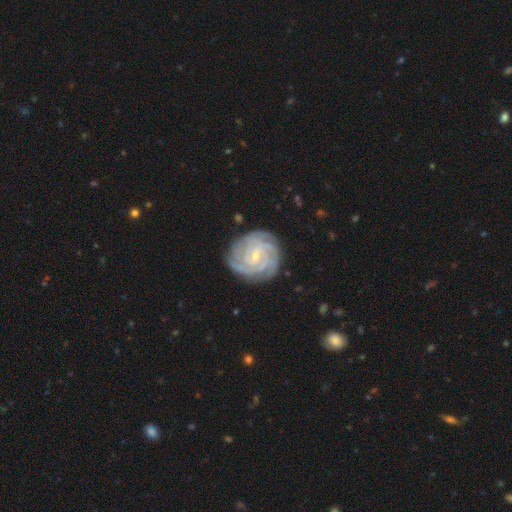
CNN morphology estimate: Smooth or featured? featured or disk (89%)
Edge-on disk? no (98%)
Bar? no (45%)
Spiral arms? yes (98%)
Spiral winding? tight (81%)
Spiral arm count? 4 (35%)
Bulge size? small (78%)
Merging? none (82%)